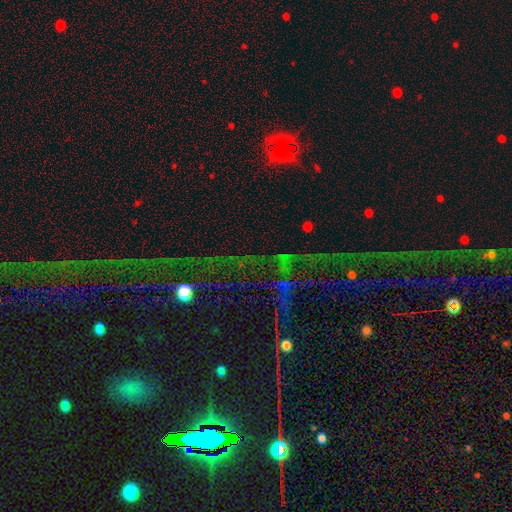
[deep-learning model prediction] Morphology: type=star or artifact (78%).